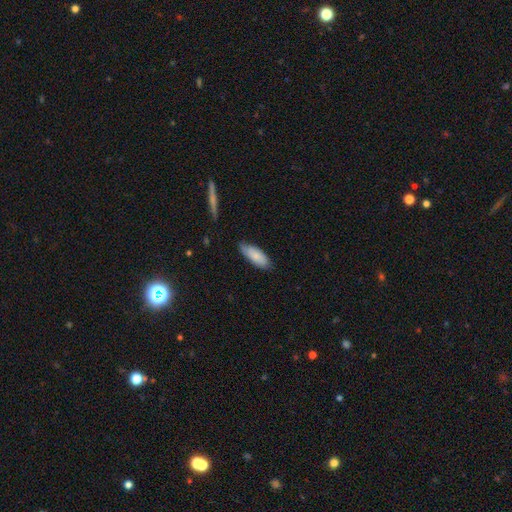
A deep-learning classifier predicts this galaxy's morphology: The model was most divided on "merging": none: 72%, minor disturbance: 24%, major disturbance: 3%, merger: 1%. More confident: smooth or featured — smooth (82%); how rounded — in between (77%).